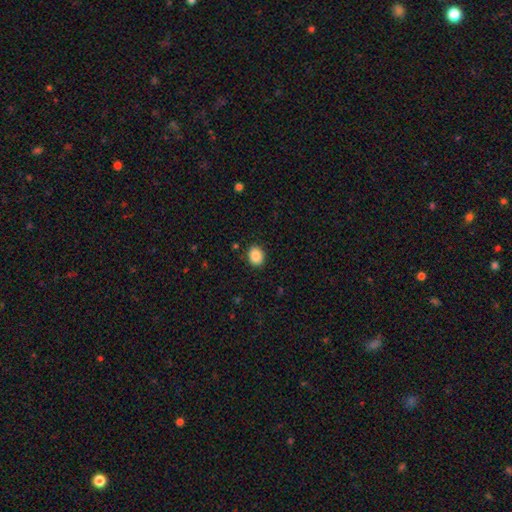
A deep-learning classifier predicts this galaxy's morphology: Smooth or featured?
  - smooth: 89% *
  - star or artifact: 8%
  - featured or disk: 3%
How rounded?
  - in between: 54% *
  - round: 45%
  - cigar-shaped: 1%
Merging?
  - none: 90% *
  - minor disturbance: 7%
  - major disturbance: 2%
  - merger: 1%